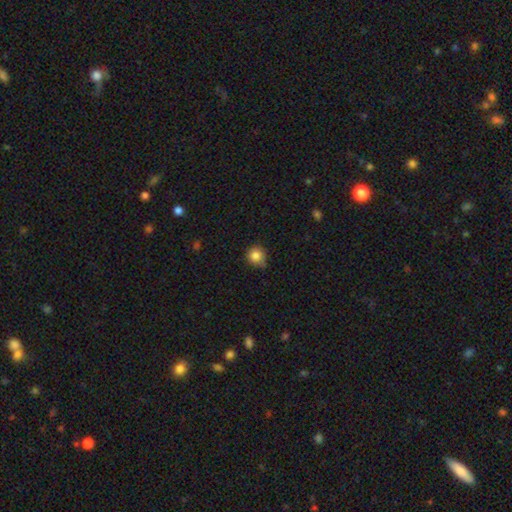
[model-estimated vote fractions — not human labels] A smooth galaxy with no disk features (83%) that is round (88%).

Vote fractions:
- Smooth or featured? smooth: 83% / star or artifact: 11% / featured or disk: 6%
- How rounded? round: 88% / in between: 11% / cigar-shaped: 1%
- Merging? none: 68% / minor disturbance: 26% / major disturbance: 4% / merger: 2%